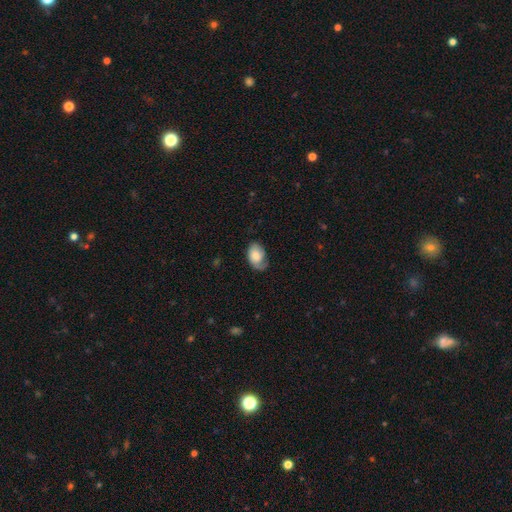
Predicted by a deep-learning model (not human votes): The model was most divided on "merging": none: 46%, minor disturbance: 33%, major disturbance: 19%, merger: 2%. More confident: how rounded — in between (86%); smooth or featured — smooth (60%).